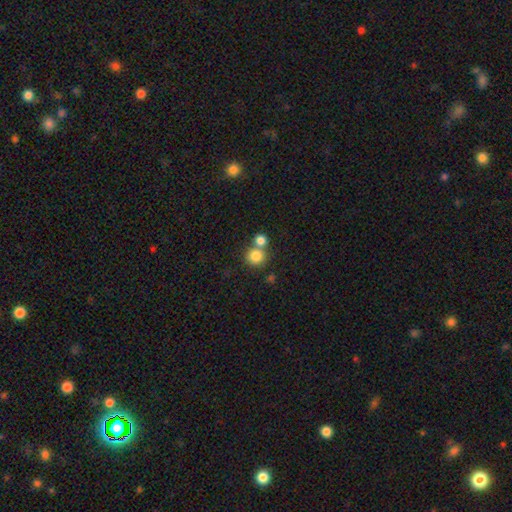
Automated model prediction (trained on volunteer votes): Smooth or featured: smooth — 82% (star or artifact — 11%)
How rounded: round — 91% (in between — 8%)
Merging: none — 54% (merger — 37%)